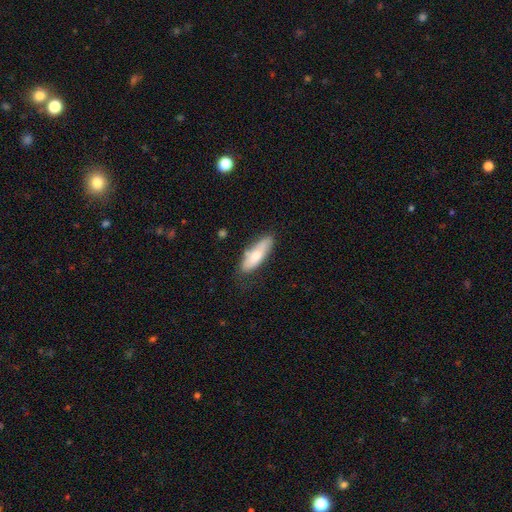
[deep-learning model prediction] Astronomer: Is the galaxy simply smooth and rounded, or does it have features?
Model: smooth — 67%.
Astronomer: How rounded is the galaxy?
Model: in between — 57% (runner-up: cigar-shaped, 41%).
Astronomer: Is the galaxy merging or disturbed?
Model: none — 70%.